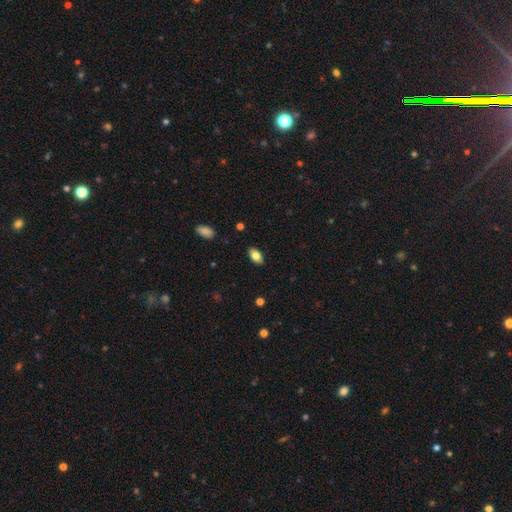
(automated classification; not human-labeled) This is clearly a smooth galaxy (81%). How rounded: clearly in between (92%). Merging: clearly none (88%).